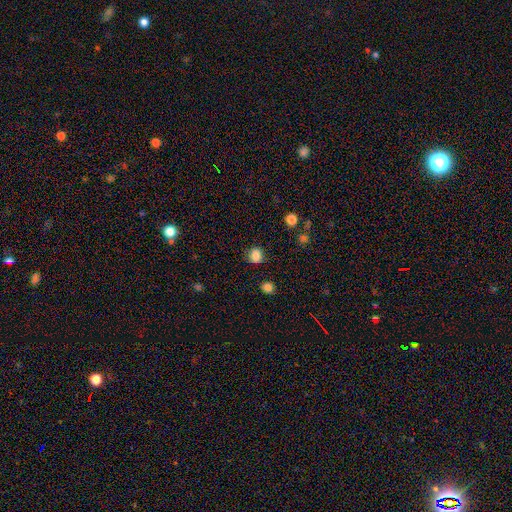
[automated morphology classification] Smooth or featured? smooth (85%)
How rounded? round (70%)
Merging? none (84%)